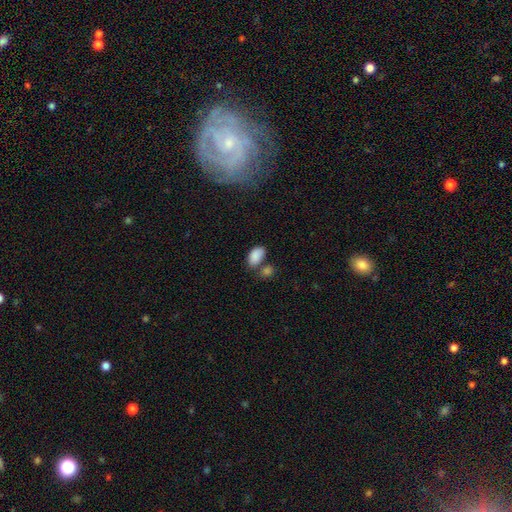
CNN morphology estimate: smooth_or_featured: smooth (p=0.87) [alt: star or artifact p=0.07]
how_rounded: in between (p=0.93) [alt: round p=0.05]
merging: none (p=0.51) [alt: merger p=0.28]